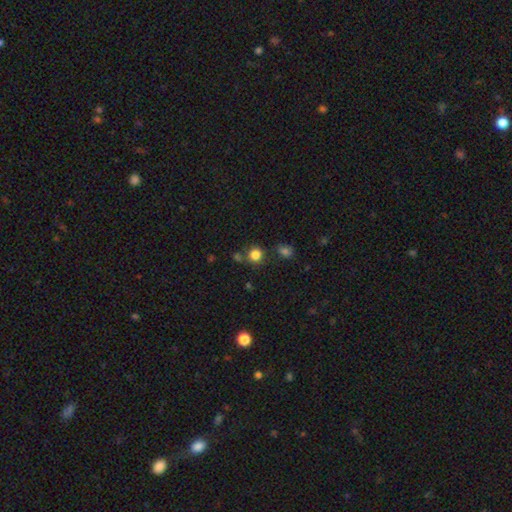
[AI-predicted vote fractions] The model was most divided on "merging": none: 77%, minor disturbance: 10%, merger: 9%, major disturbance: 4%. More confident: how rounded — round (89%); smooth or featured — smooth (81%).